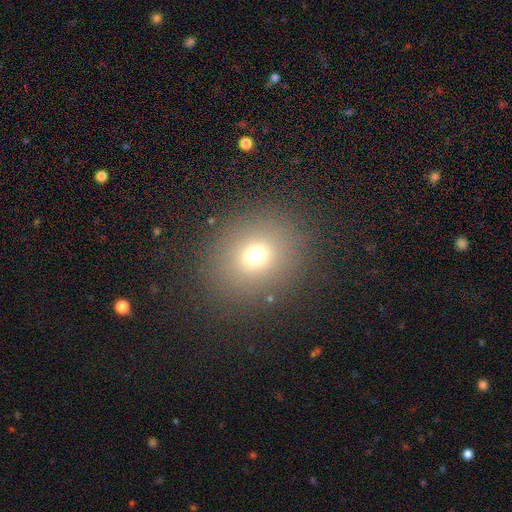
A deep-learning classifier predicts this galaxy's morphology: Smooth or featured? smooth (70%)
How rounded? round (78%)
Merging? none (87%)